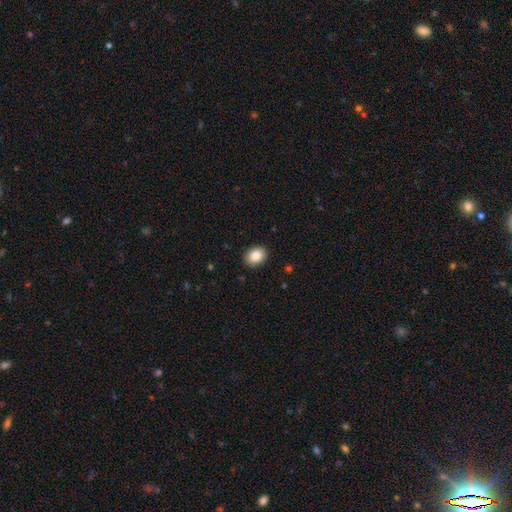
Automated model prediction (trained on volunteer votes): Smooth or featured? Predicted: smooth (p=0.87). How rounded? Predicted: in between (p=0.69). Merging? Predicted: none (p=0.89).